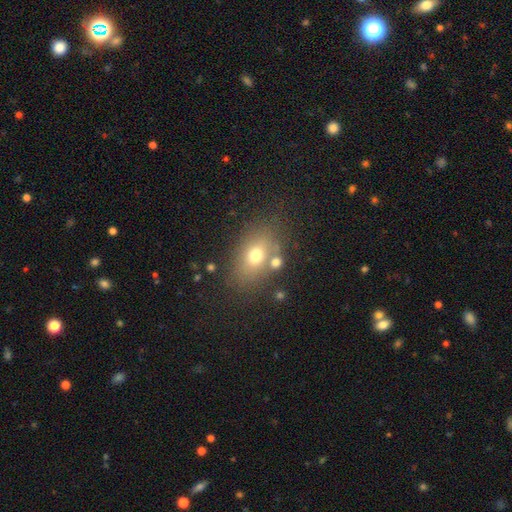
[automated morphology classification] This appears to be a smooth galaxy with no disk features (68%) that is in between round and cigar-shaped (76%). Merging: none (68%).